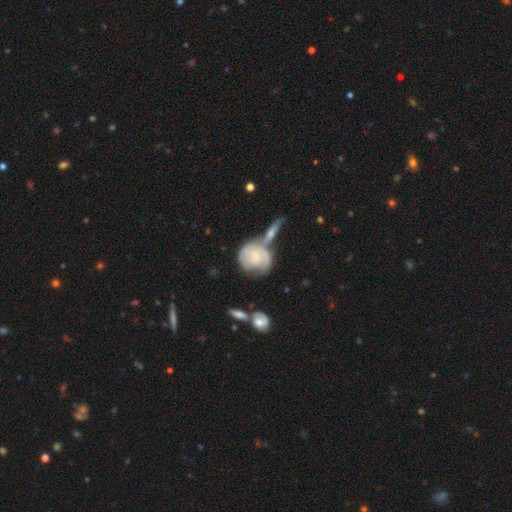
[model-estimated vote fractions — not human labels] A featured or disk galaxy (64%) with no bar (64%), 2 (40%) tight (55%) spiral arms (84%) and a small central bulge (50%). Merging: none (35%, tied with merger).